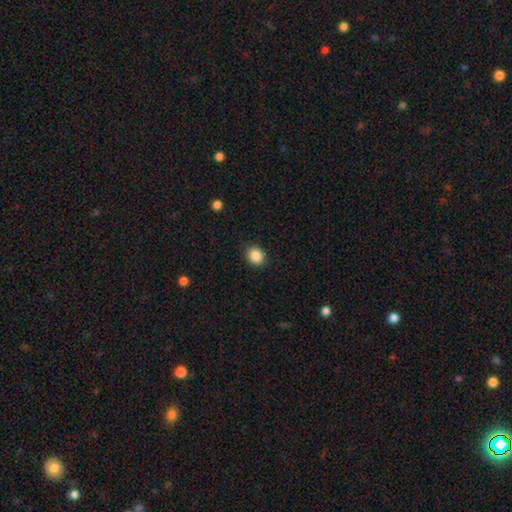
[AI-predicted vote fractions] smooth_or_featured: smooth (p=0.87) [alt: star or artifact p=0.09]
how_rounded: round (p=0.65) [alt: in between p=0.34]
merging: none (p=0.89) [alt: minor disturbance p=0.08]